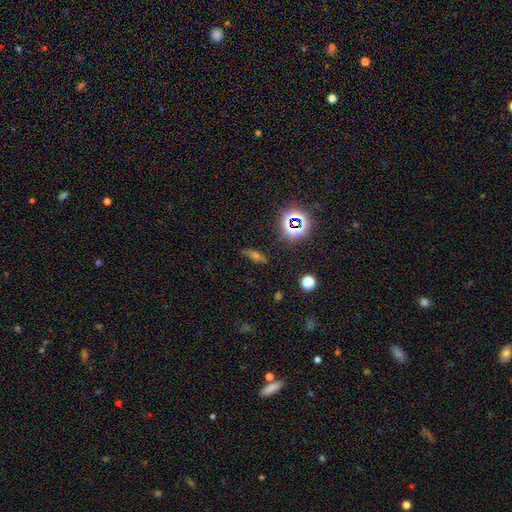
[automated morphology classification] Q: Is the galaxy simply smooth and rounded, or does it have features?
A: smooth — 40%.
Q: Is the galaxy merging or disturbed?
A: none — 83%.